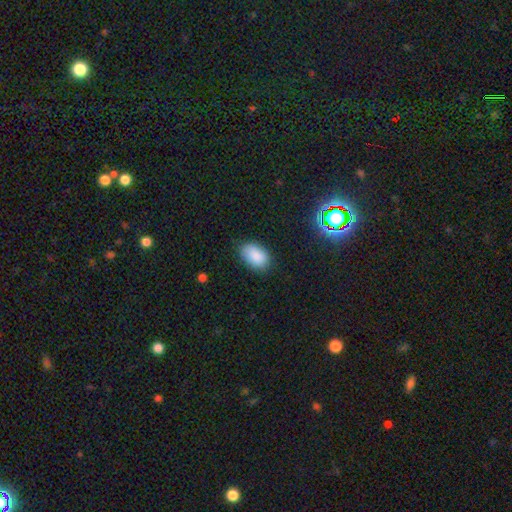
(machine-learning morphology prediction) Smooth or featured? Predicted: smooth (p=0.86). How rounded? Predicted: in between (p=0.91). Merging? Predicted: none (p=0.80).